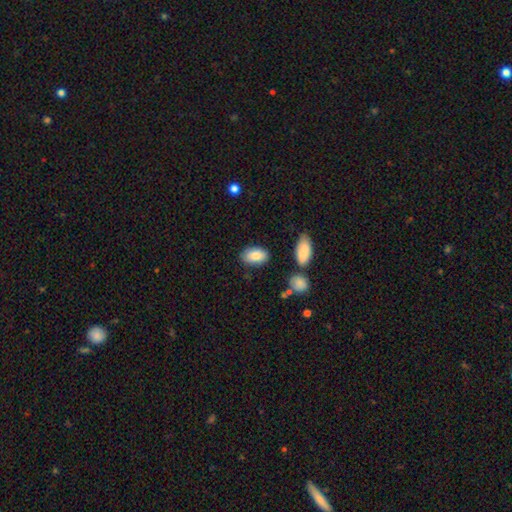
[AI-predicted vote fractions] smooth_or_featured: smooth (p=0.85) [alt: featured or disk p=0.08]
how_rounded: in between (p=0.93) [alt: round p=0.06]
merging: none (p=0.81) [alt: minor disturbance p=0.13]